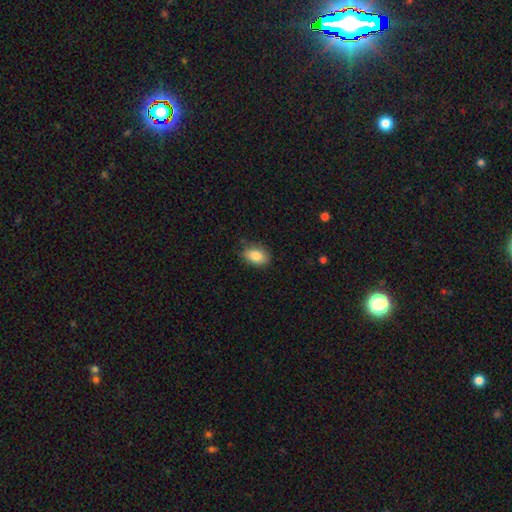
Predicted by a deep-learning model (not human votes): Smooth or featured? smooth (85%)
How rounded? in between (85%)
Merging? none (80%)